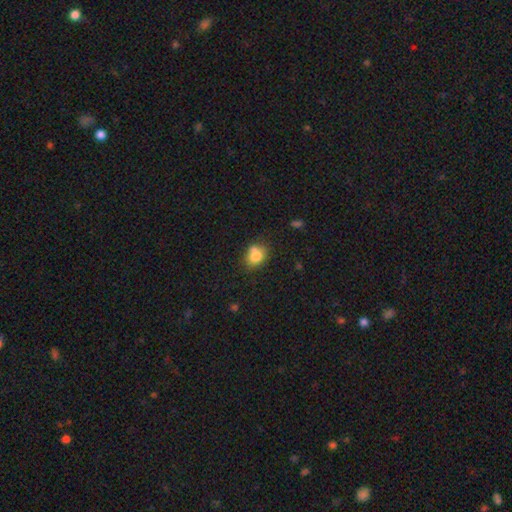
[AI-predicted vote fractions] smooth-or-featured: smooth: 78% | featured or disk: 12% | star or artifact: 10%
  how-rounded: round: 51% | in between: 48% | cigar-shaped: 1%
  merging: none: 52% | merger: 25% | minor disturbance: 19% | major disturbance: 5%